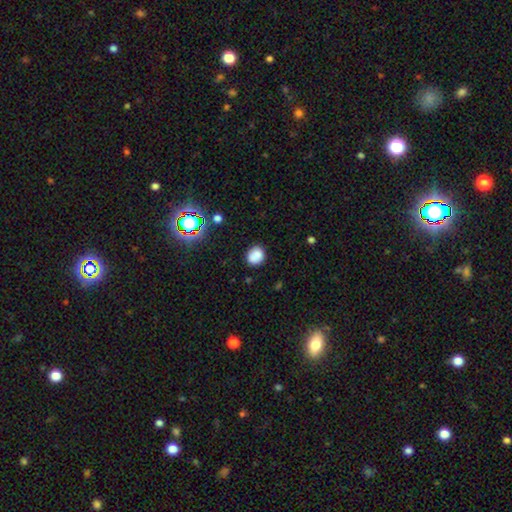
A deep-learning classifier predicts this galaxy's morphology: Smooth or featured? smooth (80%)
How rounded? round (69%)
Merging? none (76%)